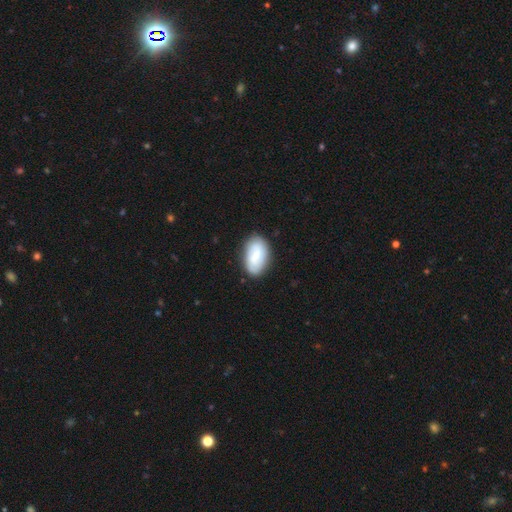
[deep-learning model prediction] Overall: smooth (63%; featured or disk 31%). How rounded: in between (93%). Merging: none (81%).